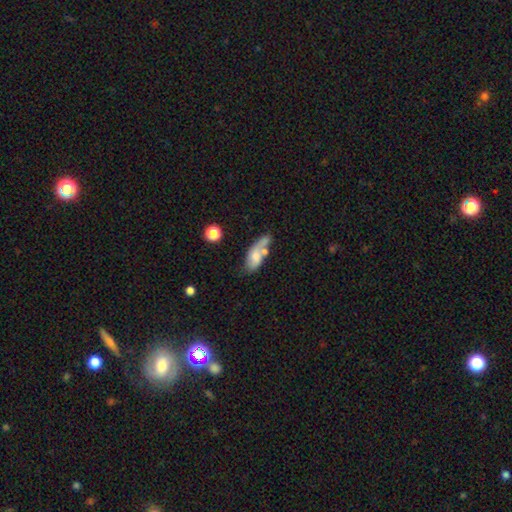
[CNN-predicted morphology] Smooth or featured?
  - smooth: 60% *
  - featured or disk: 31%
  - star or artifact: 8%
How rounded?
  - in between: 81% *
  - cigar-shaped: 15%
  - round: 4%
Merging?
  - none: 33% *
  - merger: 32%
  - minor disturbance: 21%
  - major disturbance: 14%